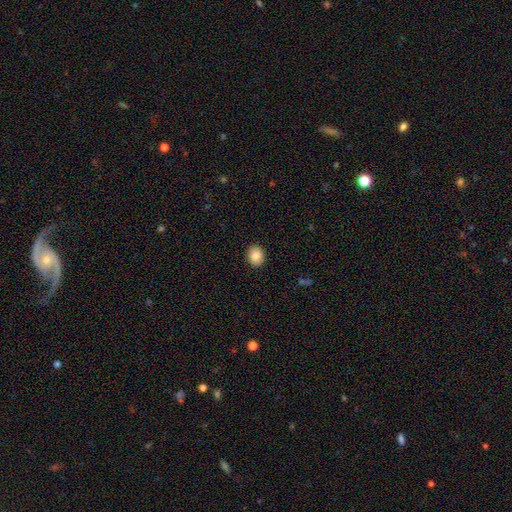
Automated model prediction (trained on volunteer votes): Smooth or featured?
  - smooth: 86% *
  - star or artifact: 8%
  - featured or disk: 6%
How rounded?
  - round: 60% *
  - in between: 39%
  - cigar-shaped: 1%
Merging?
  - none: 91% *
  - minor disturbance: 6%
  - major disturbance: 2%
  - merger: 1%